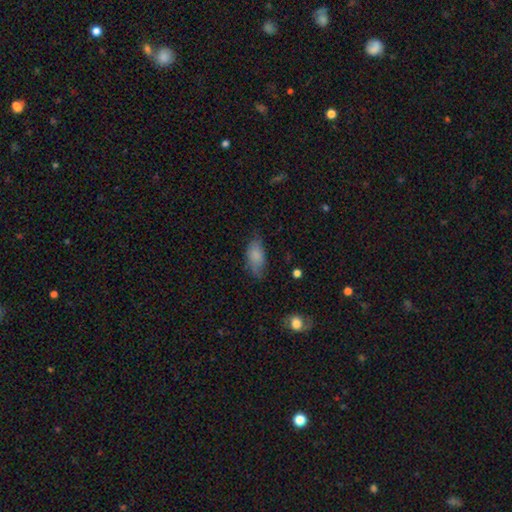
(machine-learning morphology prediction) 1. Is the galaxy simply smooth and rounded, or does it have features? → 81% smooth, 12% featured or disk, 8% star or artifact.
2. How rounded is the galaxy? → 88% in between, 8% cigar-shaped, 3% round.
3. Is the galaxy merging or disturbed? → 61% none, 29% minor disturbance, 8% major disturbance, 2% merger.